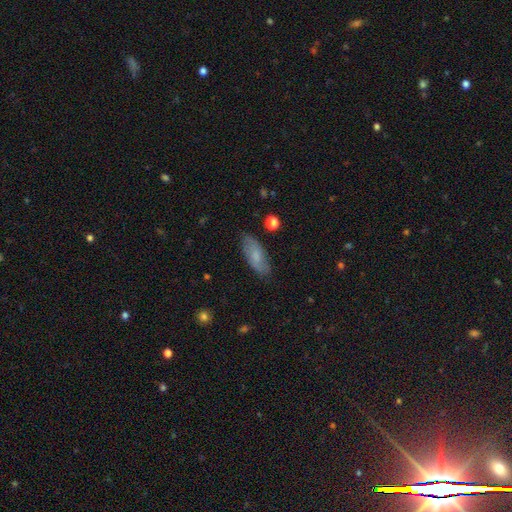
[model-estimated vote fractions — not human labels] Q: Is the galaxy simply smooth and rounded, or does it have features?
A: smooth — 71%.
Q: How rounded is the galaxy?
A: in between — 78%.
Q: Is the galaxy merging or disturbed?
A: none — 81%.